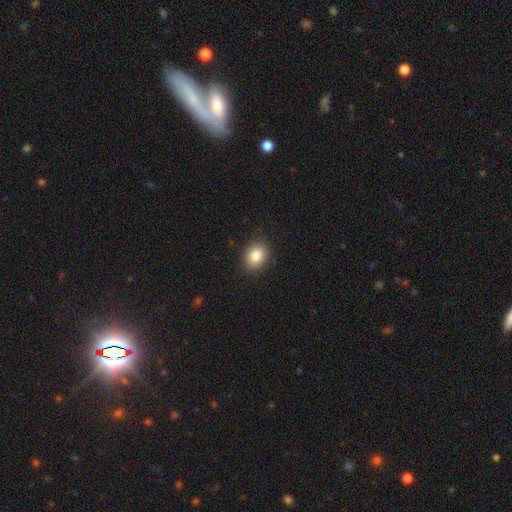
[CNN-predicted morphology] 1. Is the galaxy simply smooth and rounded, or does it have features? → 85% smooth, 9% star or artifact, 6% featured or disk.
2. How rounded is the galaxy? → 50% round, 49% in between, 1% cigar-shaped.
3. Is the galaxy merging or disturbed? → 88% none, 9% minor disturbance, 2% major disturbance, 1% merger.